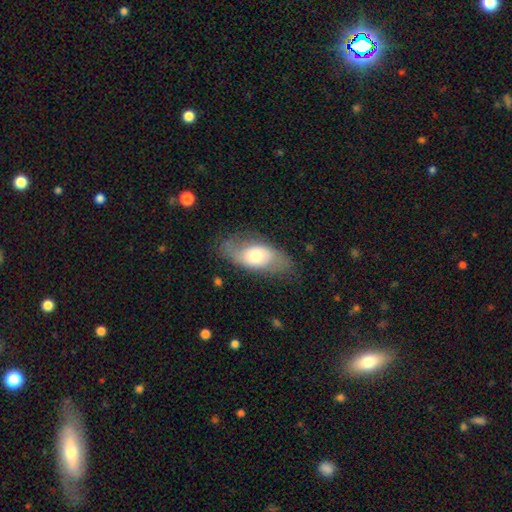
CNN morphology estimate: Smooth or featured? Predicted: smooth (p=0.53). How rounded? Predicted: in between (p=0.87). Merging? Predicted: none (p=0.68).